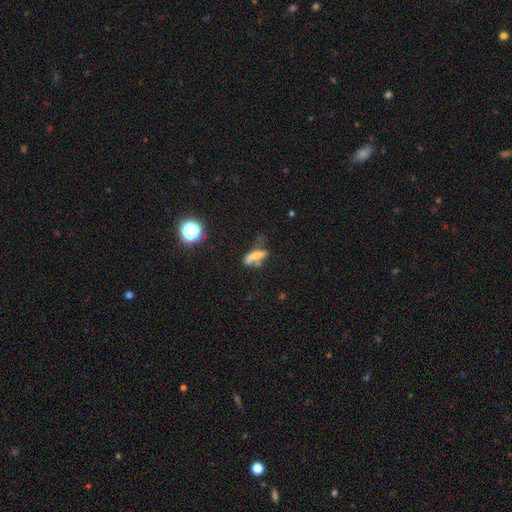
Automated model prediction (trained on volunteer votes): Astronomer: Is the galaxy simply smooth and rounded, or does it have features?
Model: smooth — 52% (runner-up: featured or disk, 35%).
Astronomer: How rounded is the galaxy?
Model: in between — 51% (runner-up: cigar-shaped, 44%).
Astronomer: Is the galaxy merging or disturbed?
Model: none — 36% (runner-up: minor disturbance, 23%).